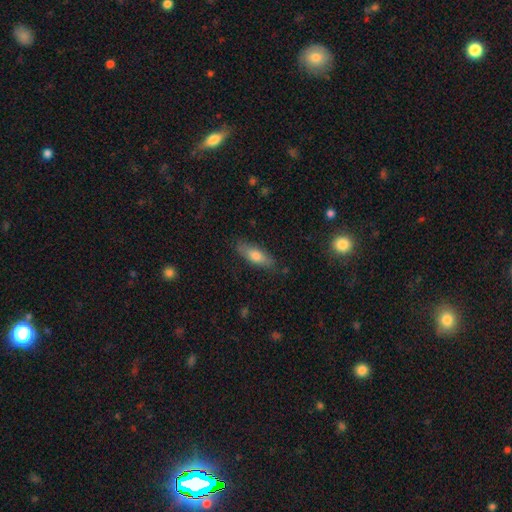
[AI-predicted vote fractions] Q: Smooth or featured?
A: smooth (71%); runner-up: featured or disk (22%)
Q: How rounded?
A: in between (60%); runner-up: cigar-shaped (37%)
Q: Merging?
A: none (82%); runner-up: minor disturbance (14%)